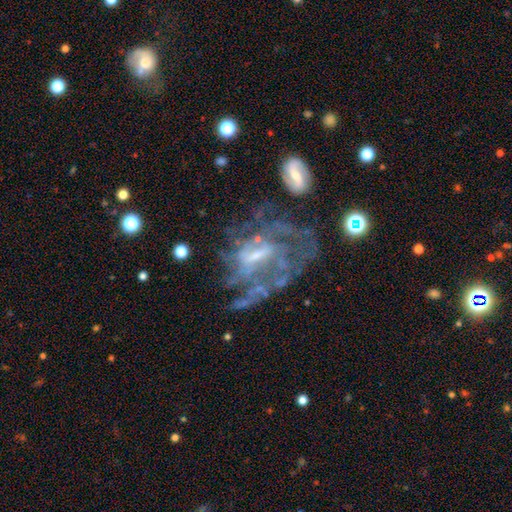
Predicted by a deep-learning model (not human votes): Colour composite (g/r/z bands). It shows a featured or disk galaxy (78%) with a weak bar (48%), tight (38%, tied with medium) spiral arms (69%) and a small central bulge (46%). Merging: none (41%).